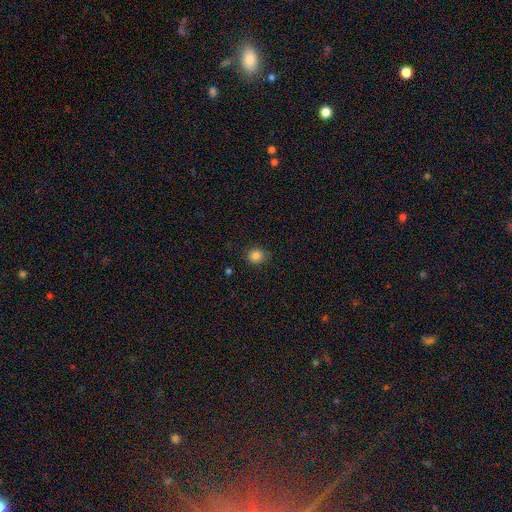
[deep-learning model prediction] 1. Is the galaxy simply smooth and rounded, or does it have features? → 84% smooth, 11% star or artifact, 4% featured or disk.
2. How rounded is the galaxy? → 76% round, 23% in between, 1% cigar-shaped.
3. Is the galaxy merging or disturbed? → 82% none, 14% minor disturbance, 3% major disturbance, 1% merger.